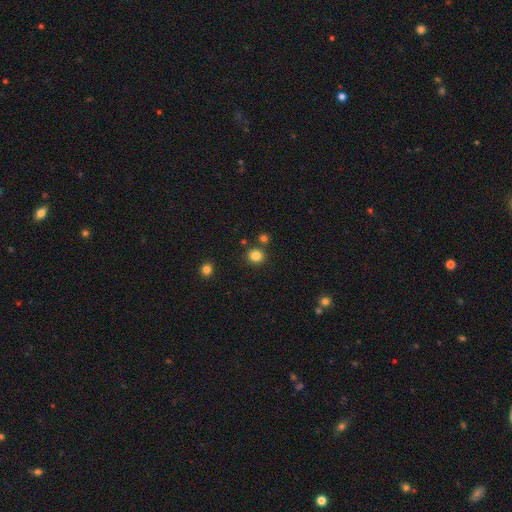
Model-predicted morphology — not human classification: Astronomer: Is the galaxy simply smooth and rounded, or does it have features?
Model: smooth — 83%.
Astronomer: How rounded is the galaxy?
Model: round — 86%.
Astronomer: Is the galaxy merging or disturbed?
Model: none — 84%.